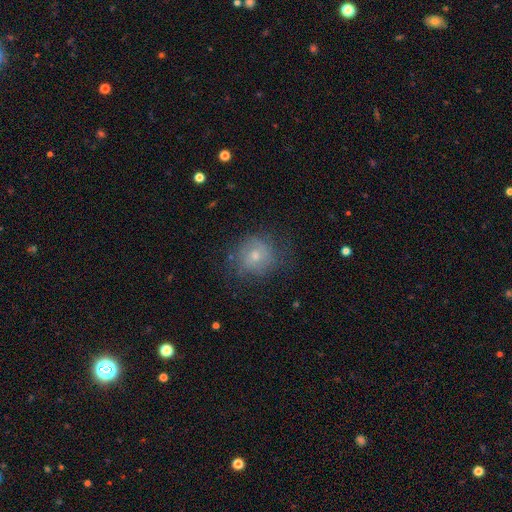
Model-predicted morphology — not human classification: Q: Smooth or featured?
A: smooth (54%); runner-up: featured or disk (35%)
Q: How rounded?
A: round (84%); runner-up: in between (15%)
Q: Merging?
A: none (65%); runner-up: minor disturbance (22%)